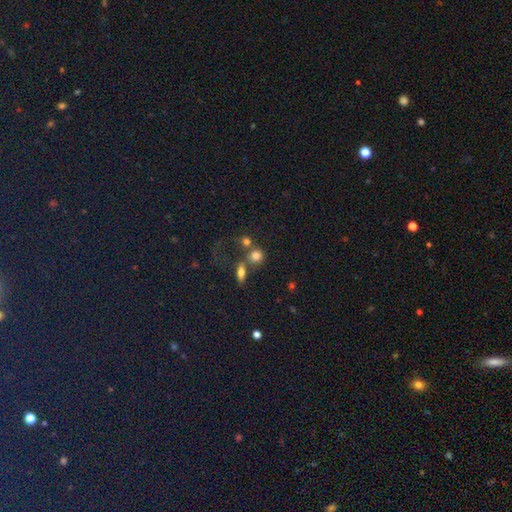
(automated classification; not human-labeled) This is likely a smooth galaxy (78%). How rounded: likely round (77%). Merging: possibly none (48%).